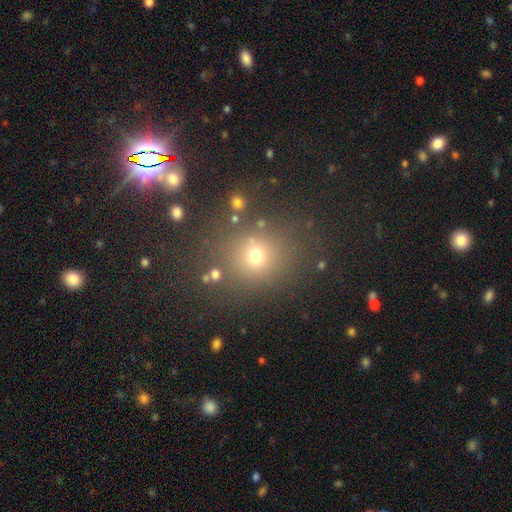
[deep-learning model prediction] smooth_or_featured: smooth (p=0.66) [alt: star or artifact p=0.24]
how_rounded: round (p=0.75) [alt: in between p=0.24]
merging: none (p=0.77) [alt: minor disturbance p=0.12]